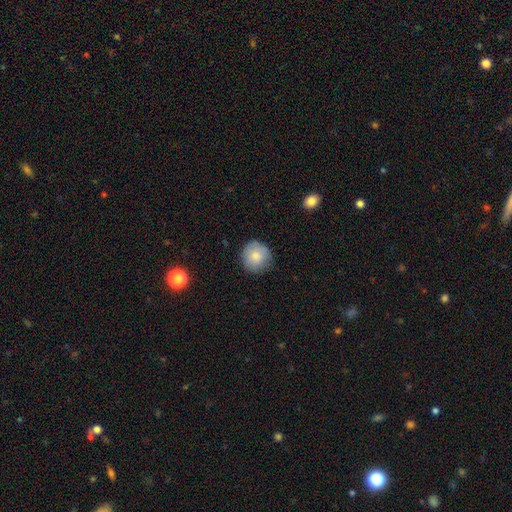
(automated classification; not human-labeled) smooth 80%, featured or disk 12%, star or artifact 8%. Down the decision tree: how rounded — round (93%); merging — none (81%).